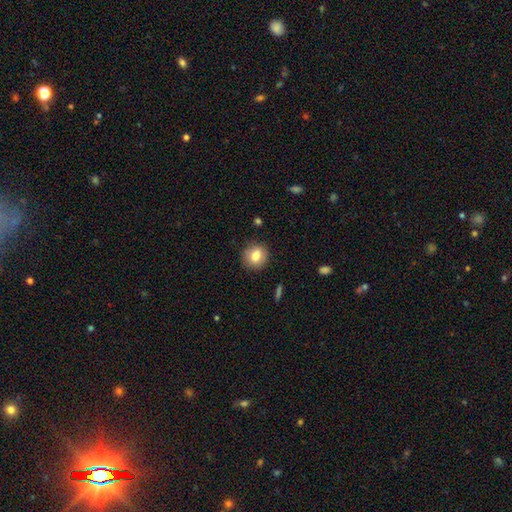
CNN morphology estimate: This appears to be a smooth galaxy with no disk features (79%) that is round (85%). Merging: none (88%).